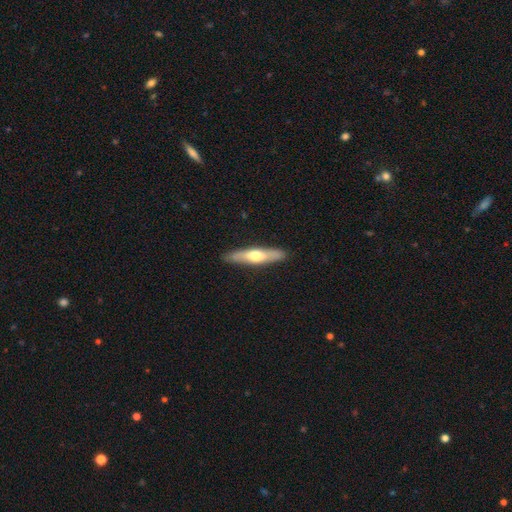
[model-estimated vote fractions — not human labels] Smooth or featured? Predicted: smooth (p=0.48). Merging? Predicted: none (p=0.89).